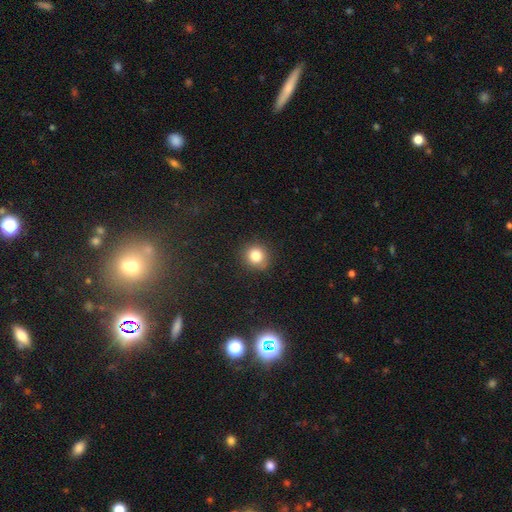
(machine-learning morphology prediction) A smooth galaxy with no disk features (82%) that is round (89%).

Vote fractions:
- Smooth or featured? smooth: 82% / star or artifact: 12% / featured or disk: 6%
- How rounded? round: 89% / in between: 10% / cigar-shaped: 1%
- Merging? none: 88% / minor disturbance: 9% / major disturbance: 2% / merger: 1%